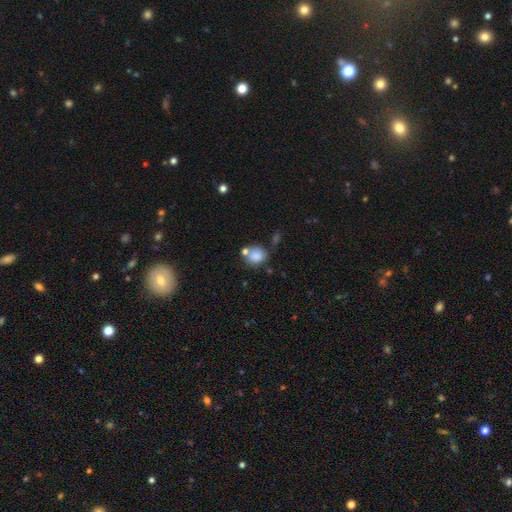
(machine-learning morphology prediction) smooth 82%, star or artifact 10%, featured or disk 8%. Down the decision tree: how rounded — round (68%); merging — none (52%).